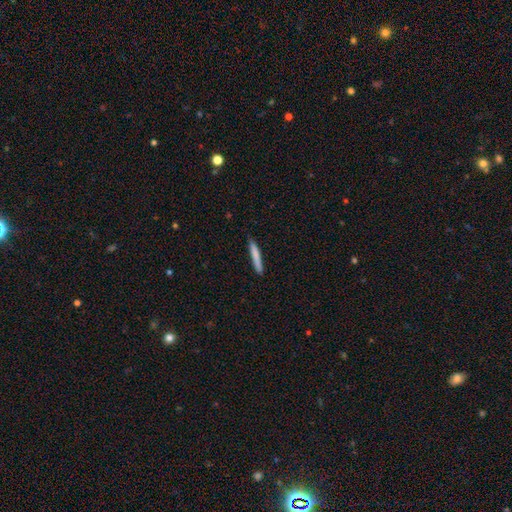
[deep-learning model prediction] Smooth or featured? Predicted: smooth (p=0.79). How rounded? Predicted: cigar-shaped (p=0.95). Merging? Predicted: none (p=0.85).